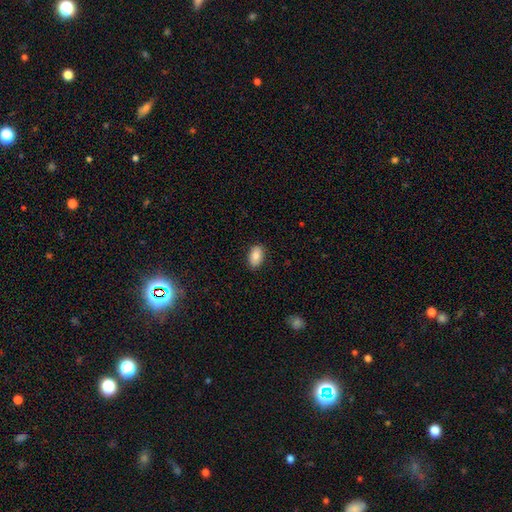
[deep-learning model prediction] This is clearly a smooth galaxy (84%). How rounded: clearly in between (91%). Merging: clearly none (88%).